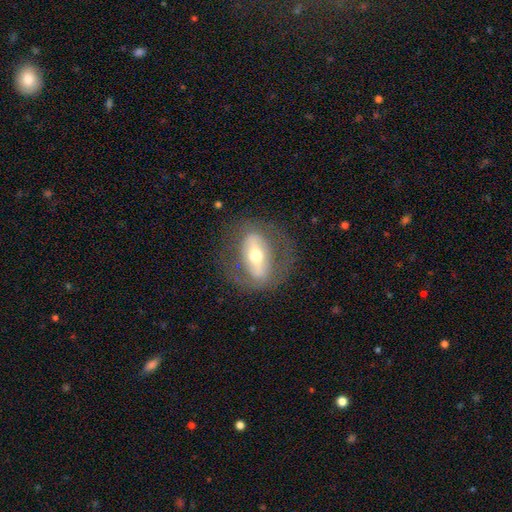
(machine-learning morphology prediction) Smooth or featured? featured or disk (65%)
Edge-on disk? no (81%)
Bar? strong (57%)
Spiral arms? no (73%)
Bulge size? moderate (65%)
Merging? none (74%)